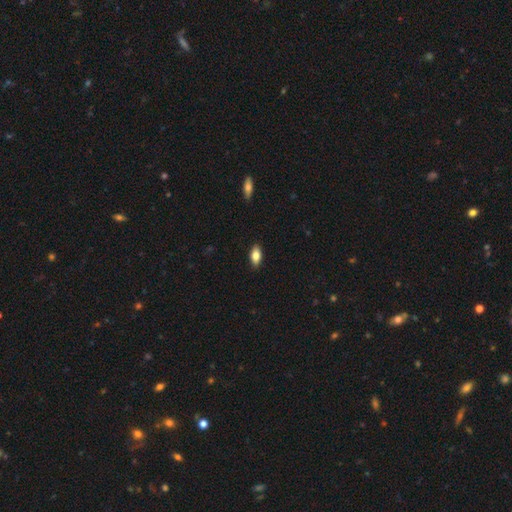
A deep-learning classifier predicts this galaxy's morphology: Smooth or featured: smooth — 78% (featured or disk — 15%)
How rounded: in between — 87% (cigar-shaped — 10%)
Merging: none — 88% (minor disturbance — 9%)